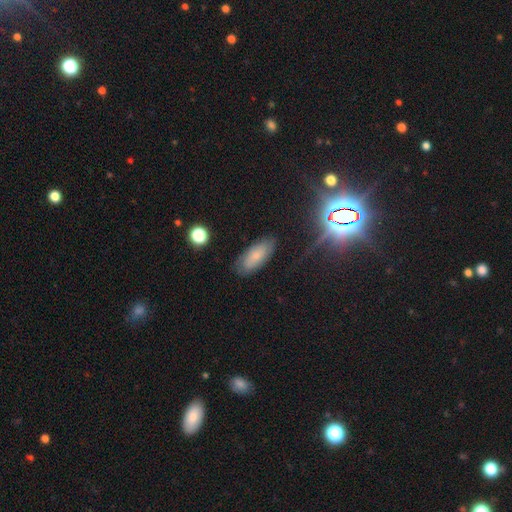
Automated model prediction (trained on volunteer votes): smooth_or_featured: smooth (p=0.71) [alt: featured or disk p=0.17]
how_rounded: in between (p=0.82) [alt: cigar-shaped p=0.15]
merging: none (p=0.80) [alt: minor disturbance p=0.15]